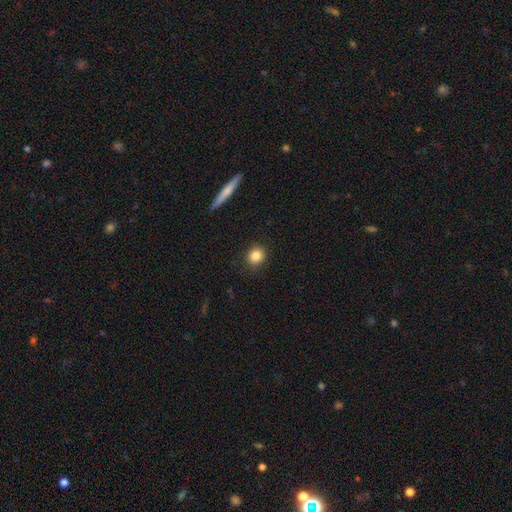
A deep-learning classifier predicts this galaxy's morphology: smooth-or-featured: smooth: 85% | star or artifact: 10% | featured or disk: 5%
  how-rounded: round: 87% | in between: 12% | cigar-shaped: 1%
  merging: none: 89% | minor disturbance: 7% | major disturbance: 2% | merger: 1%